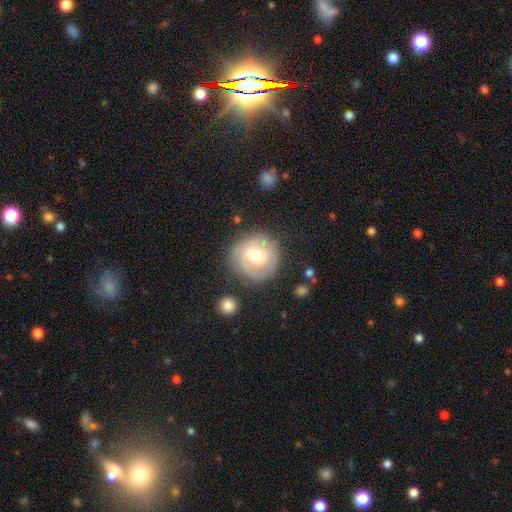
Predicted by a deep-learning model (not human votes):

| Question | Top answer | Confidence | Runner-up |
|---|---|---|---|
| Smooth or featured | featured or disk | 59% | smooth (34%) |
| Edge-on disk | no | 97% | yes (3%) |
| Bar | weak | 50% | no (38%) |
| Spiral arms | yes | 81% | no (19%) |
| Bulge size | moderate | 68% | large (17%) |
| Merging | none | 72% | minor disturbance (17%) |